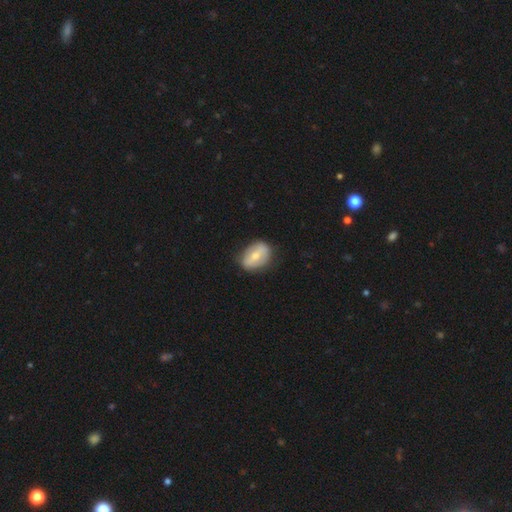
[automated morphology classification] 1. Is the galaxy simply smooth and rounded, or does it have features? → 53% smooth, 41% featured or disk, 6% star or artifact.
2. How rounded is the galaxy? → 73% in between, 25% round, 2% cigar-shaped.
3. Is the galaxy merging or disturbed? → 77% none, 18% minor disturbance, 4% major disturbance, 1% merger.